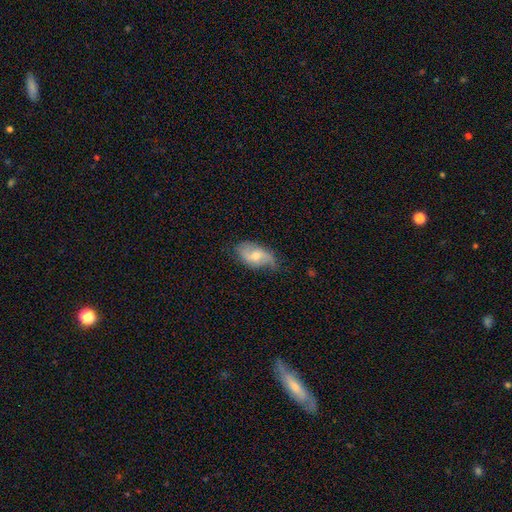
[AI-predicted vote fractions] Q: Smooth or featured?
A: featured or disk (62%); runner-up: smooth (30%)
Q: Edge-on disk?
A: no (94%); runner-up: yes (6%)
Q: Bar?
A: no (57%); runner-up: weak (35%)
Q: Spiral arms?
A: yes (85%); runner-up: no (15%)
Q: Spiral winding?
A: loose (49%); runner-up: medium (35%)
Q: Spiral arm count?
A: 2 (75%); runner-up: can't tell (12%)
Q: Bulge size?
A: moderate (61%); runner-up: small (35%)
Q: Merging?
A: none (58%); runner-up: minor disturbance (32%)